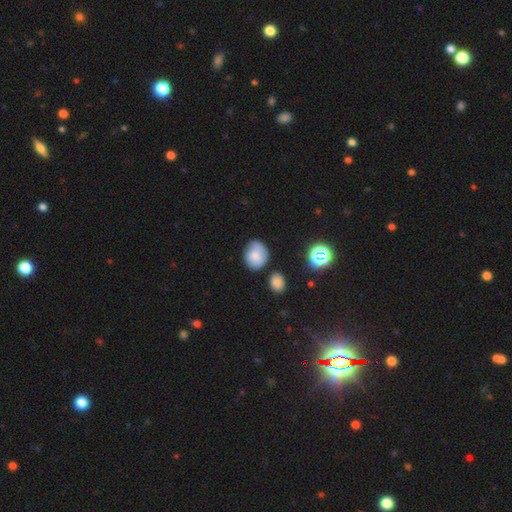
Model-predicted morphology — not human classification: A smooth galaxy with no disk features (74%) that is round (54%).

Vote fractions:
- Smooth or featured? smooth: 74% / featured or disk: 15% / star or artifact: 10%
- How rounded? round: 54% / in between: 45% / cigar-shaped: 1%
- Merging? none: 57% / minor disturbance: 29% / major disturbance: 7% / merger: 7%